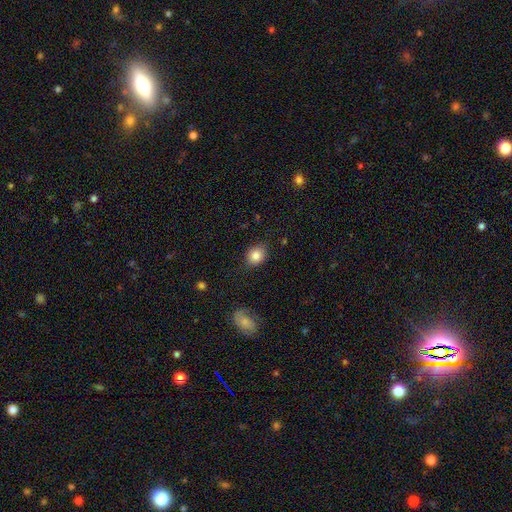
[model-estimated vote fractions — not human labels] A smooth galaxy with no disk features (83%) that is round (58%). Merging: none (80%).